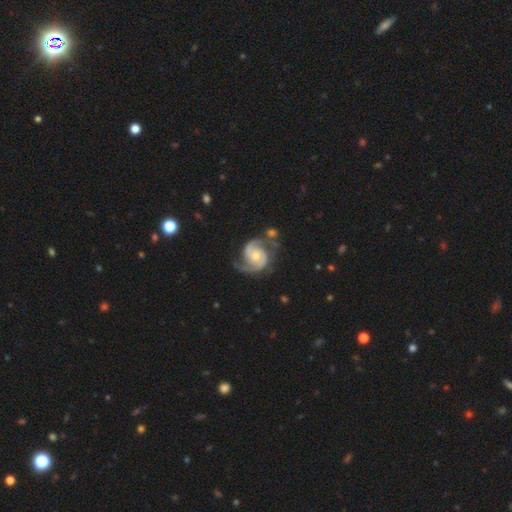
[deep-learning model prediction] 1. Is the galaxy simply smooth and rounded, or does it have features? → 89% featured or disk, 6% smooth, 5% star or artifact.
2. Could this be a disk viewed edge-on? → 98% no, 2% yes.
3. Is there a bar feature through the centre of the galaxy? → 67% no, 27% weak, 7% strong.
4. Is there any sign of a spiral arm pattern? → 98% yes, 2% no.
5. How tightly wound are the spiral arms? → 50% medium, 36% tight, 14% loose.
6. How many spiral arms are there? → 88% 2, 4% 3, 3% can't tell, 2% 1, 1% 4, 1% more than 4.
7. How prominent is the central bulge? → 49% moderate, 45% small, 3% large, 2% none, 1% dominant.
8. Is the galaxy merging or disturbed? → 64% none, 20% minor disturbance, 10% major disturbance, 6% merger.